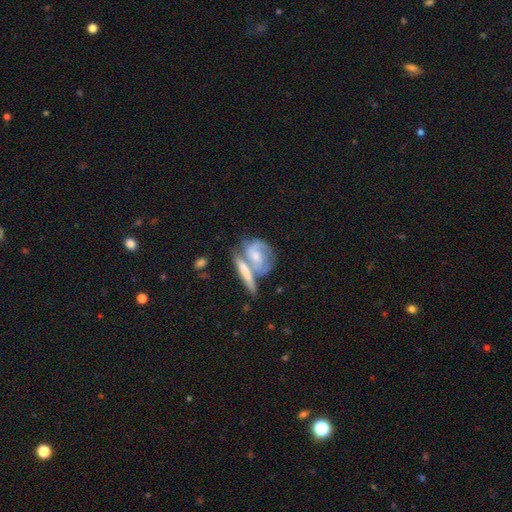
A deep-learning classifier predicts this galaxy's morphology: Q: Smooth or featured?
A: featured or disk (64%); runner-up: smooth (30%)
Q: Edge-on disk?
A: no (90%); runner-up: yes (10%)
Q: Bar?
A: no (48%); runner-up: weak (36%)
Q: Spiral arms?
A: yes (78%); runner-up: no (22%)
Q: Bulge size?
A: small (43%); runner-up: moderate (40%)
Q: Merging?
A: merger (44%); runner-up: none (33%)